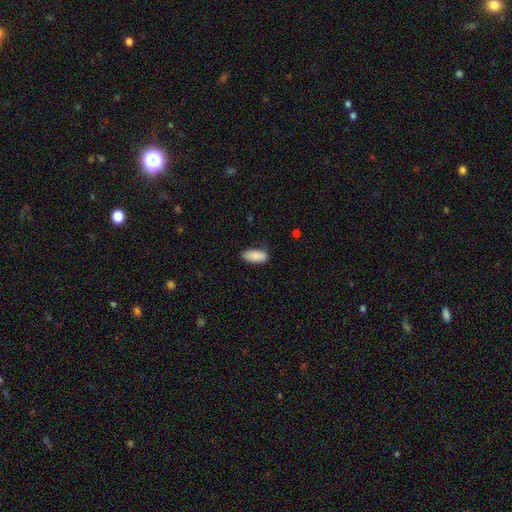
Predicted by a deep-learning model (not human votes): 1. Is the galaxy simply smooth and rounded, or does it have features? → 88% smooth, 6% star or artifact, 5% featured or disk.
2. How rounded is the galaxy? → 89% in between, 9% cigar-shaped, 2% round.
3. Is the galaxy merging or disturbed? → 79% none, 17% minor disturbance, 3% major disturbance, 1% merger.